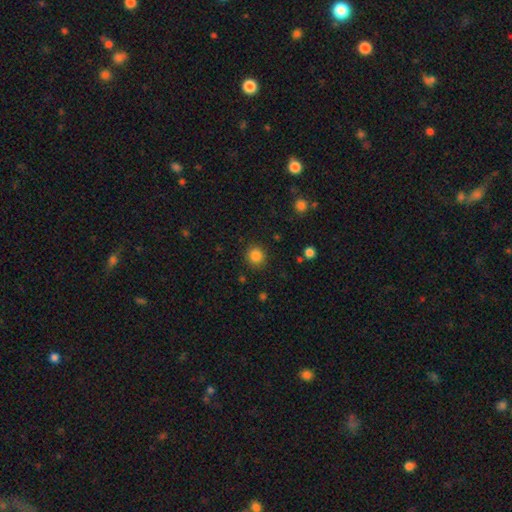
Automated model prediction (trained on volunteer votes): A smooth galaxy with no disk features (84%) that is round (90%). Merging: none (89%).